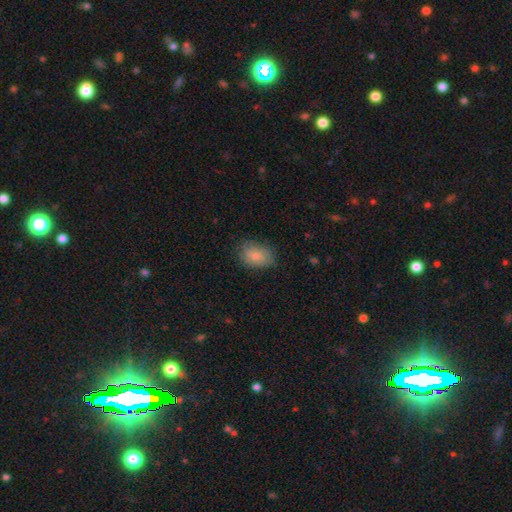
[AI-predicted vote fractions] Overall: smooth (83%). How rounded: in between (81%). Merging: none (76%).